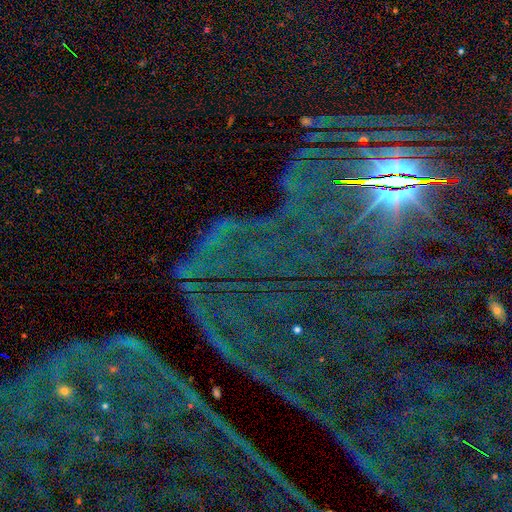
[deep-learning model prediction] The model was most divided on "smooth or featured": star or artifact: 84%, featured or disk: 9%, smooth: 7%.